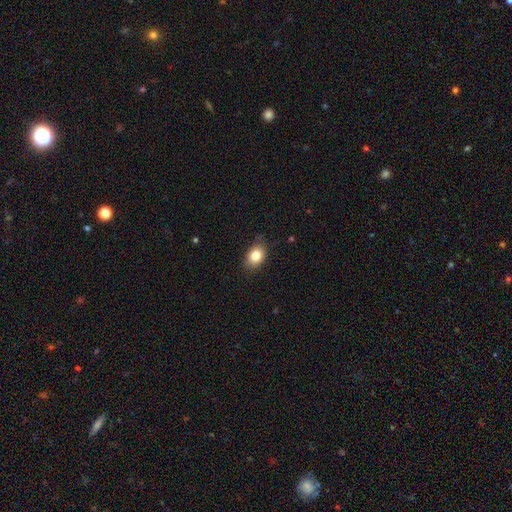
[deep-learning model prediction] Smooth or featured? Predicted: smooth (p=0.83). How rounded? Predicted: in between (p=0.77). Merging? Predicted: none (p=0.76).